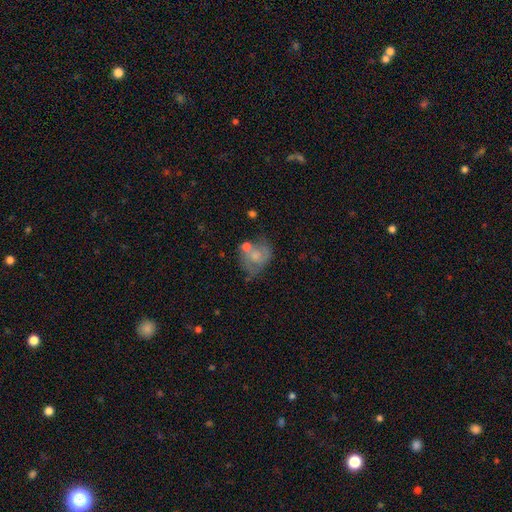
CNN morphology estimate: Overall: featured or disk (46%; smooth 45%). Merging: none (36%; minor disturbance 25%).